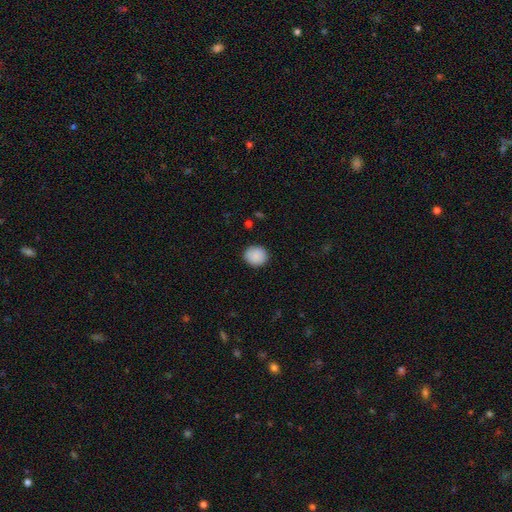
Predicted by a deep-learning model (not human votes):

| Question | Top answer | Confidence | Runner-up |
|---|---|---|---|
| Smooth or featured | smooth | 89% | star or artifact (7%) |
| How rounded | round | 83% | in between (16%) |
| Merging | none | 90% | minor disturbance (7%) |